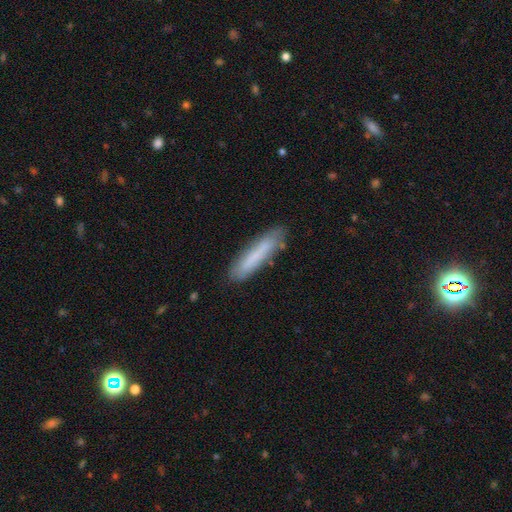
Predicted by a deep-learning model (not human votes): The model was most divided on "smooth or featured": smooth: 70%, featured or disk: 23%, star or artifact: 7%. More confident: how rounded — cigar-shaped (85%); merging — none (79%).